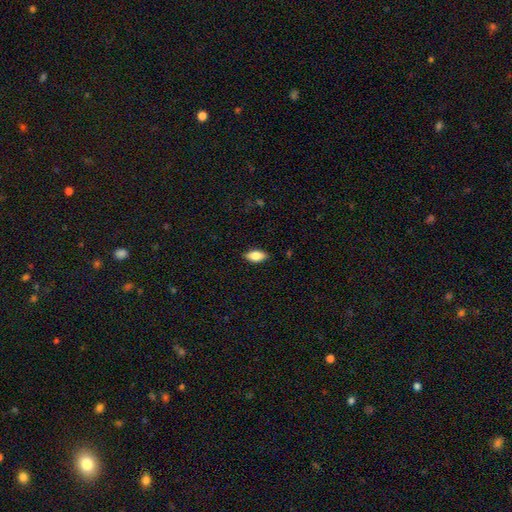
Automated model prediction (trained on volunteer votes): Smooth or featured? Predicted: smooth (p=0.82). How rounded? Predicted: in between (p=0.89). Merging? Predicted: none (p=0.88).